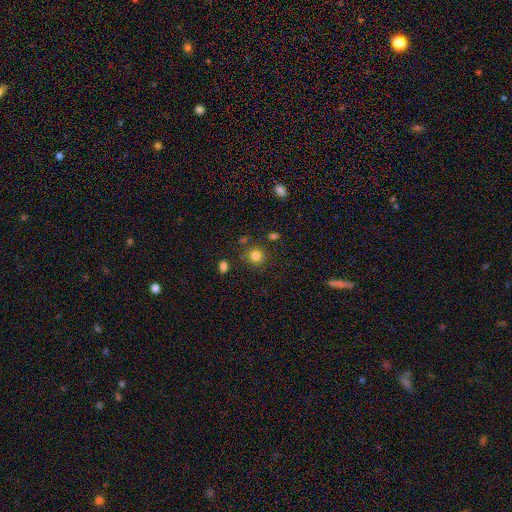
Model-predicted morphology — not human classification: Smooth or featured? Predicted: smooth (p=0.81). How rounded? Predicted: round (p=0.86). Merging? Predicted: none (p=0.80).